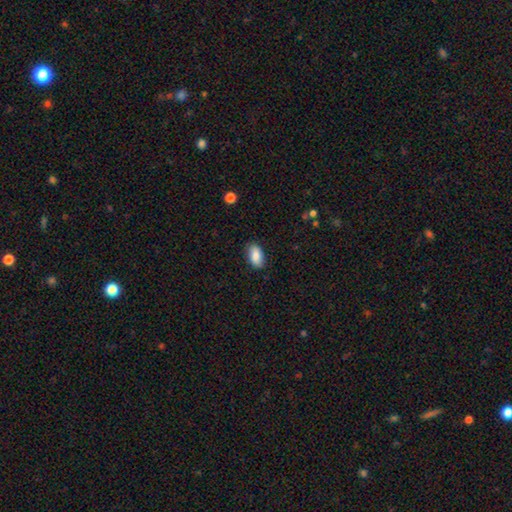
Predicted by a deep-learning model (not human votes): Morphology: type=smooth (85%); roundness=in between (93%); merging=none (86%).